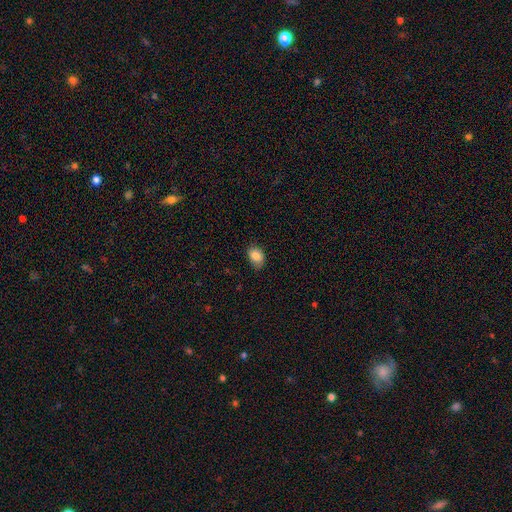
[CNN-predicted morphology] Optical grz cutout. It shows a smooth galaxy with no disk features (86%) that is in between round and cigar-shaped (75%). Merging: none (76%).